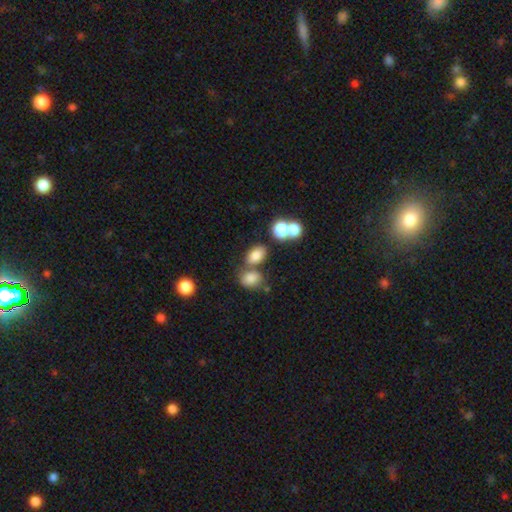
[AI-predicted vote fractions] Smooth or featured? smooth (79%)
How rounded? in between (78%)
Merging? none (55%)